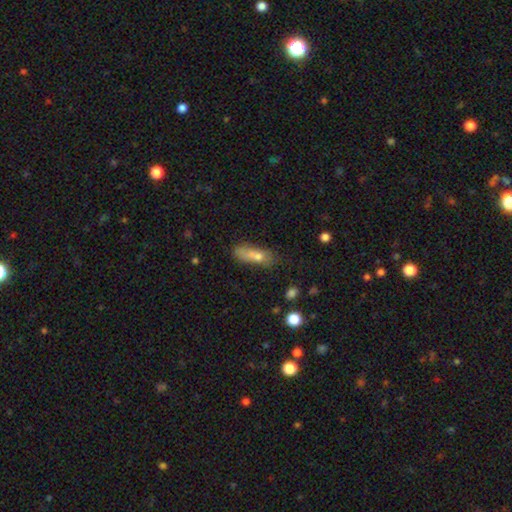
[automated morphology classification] type=smooth (67%); roundness=in between (49%); merging=none (45%).